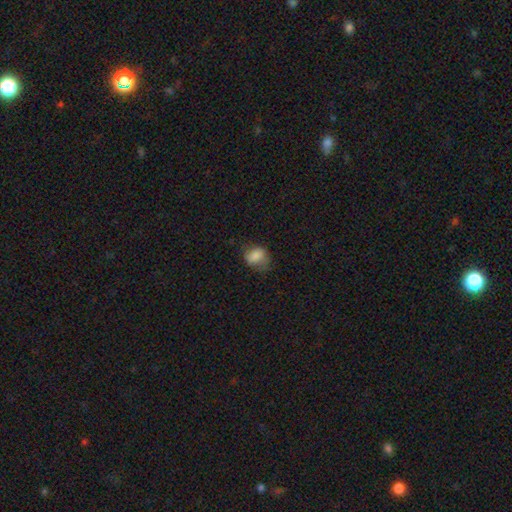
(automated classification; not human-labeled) smooth-or-featured: smooth: 78% | featured or disk: 13% | star or artifact: 9%
  how-rounded: in between: 55% | round: 44% | cigar-shaped: 1%
  merging: none: 54% | minor disturbance: 30% | major disturbance: 15% | merger: 1%